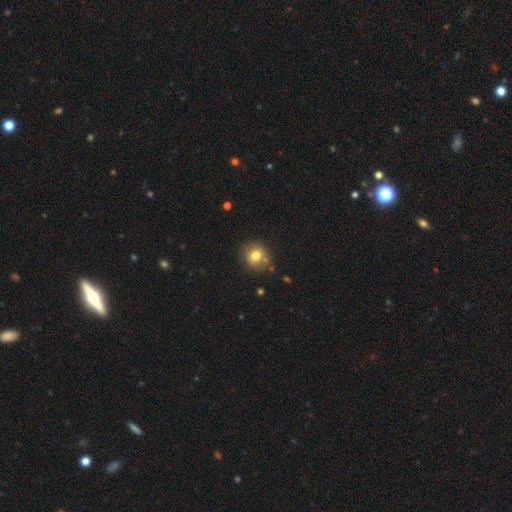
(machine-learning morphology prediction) This is likely a smooth galaxy (77%). How rounded: clearly round (80%). Merging: likely none (76%).